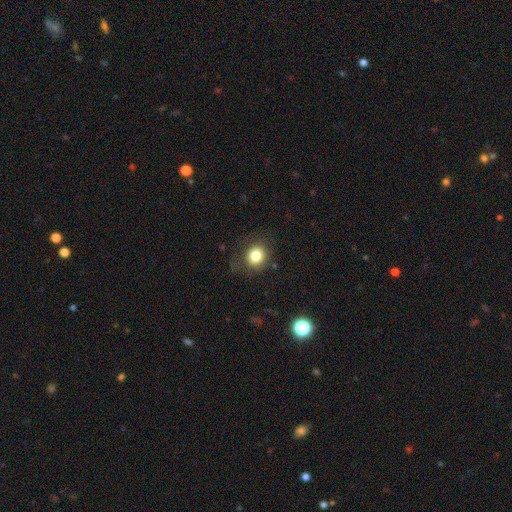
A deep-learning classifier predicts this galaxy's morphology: This appears to be a smooth galaxy with no disk features (81%) that is round (76%). Merging: none (80%).